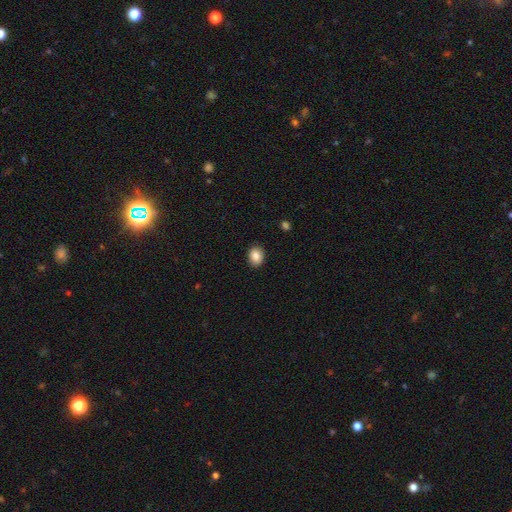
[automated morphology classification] A smooth galaxy with no disk features (86%) that is in between round and cigar-shaped (55%). Merging: none (90%).